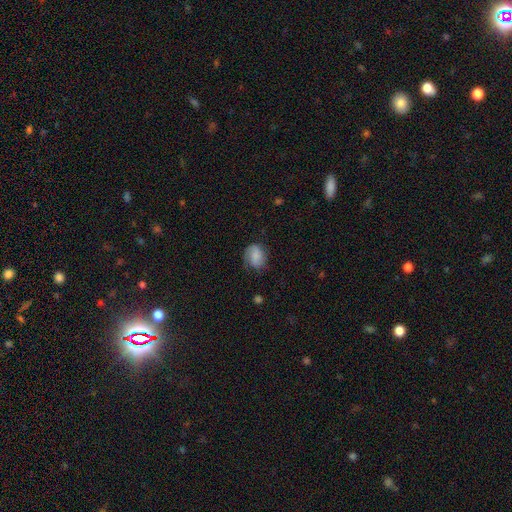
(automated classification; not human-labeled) The model was most divided on "how rounded": in between: 50%, round: 49%, cigar-shaped: 1%. More confident: smooth or featured — smooth (62%); merging — none (62%).